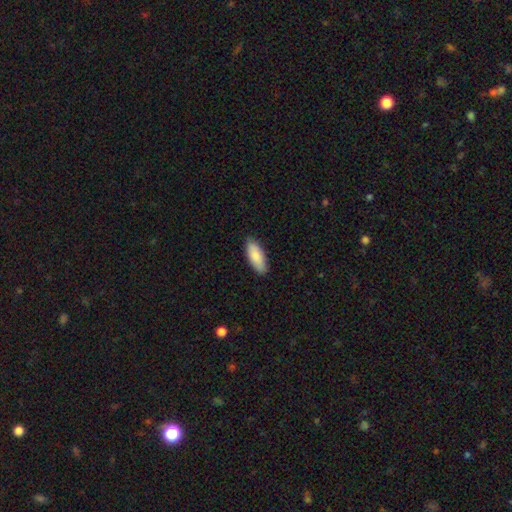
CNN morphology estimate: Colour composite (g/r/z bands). It shows a smooth galaxy with no disk features (86%) that is in between round and cigar-shaped (80%). Merging: none (86%).